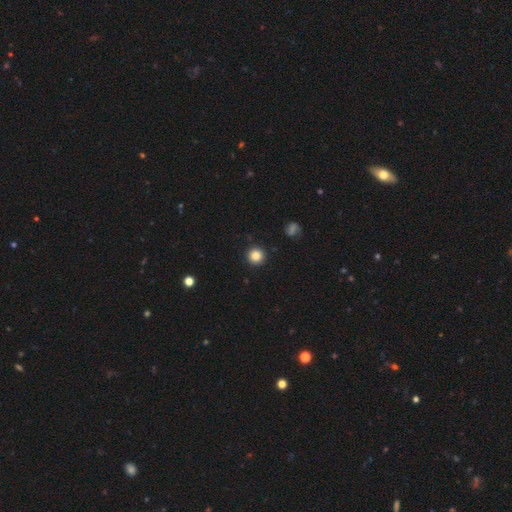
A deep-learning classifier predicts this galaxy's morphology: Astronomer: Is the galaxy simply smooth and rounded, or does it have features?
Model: smooth — 84%.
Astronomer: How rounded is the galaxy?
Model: round — 96%.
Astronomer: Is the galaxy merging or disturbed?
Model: none — 92%.